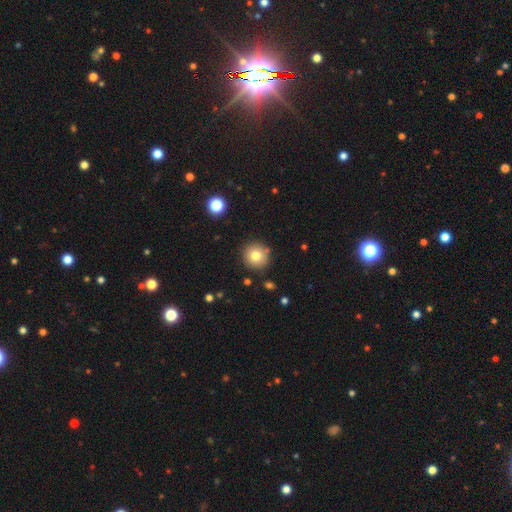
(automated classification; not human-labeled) smooth_or_featured: smooth (p=0.79) [alt: star or artifact p=0.11]
how_rounded: round (p=0.94) [alt: in between p=0.05]
merging: none (p=0.87) [alt: minor disturbance p=0.07]